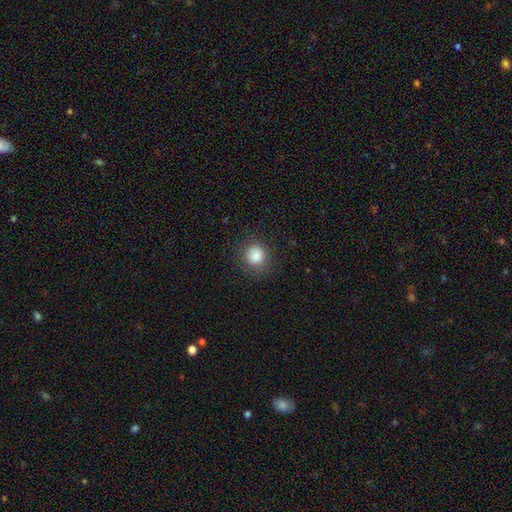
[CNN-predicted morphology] A smooth galaxy with no disk features (86%) that is round (88%). Merging: none (83%).